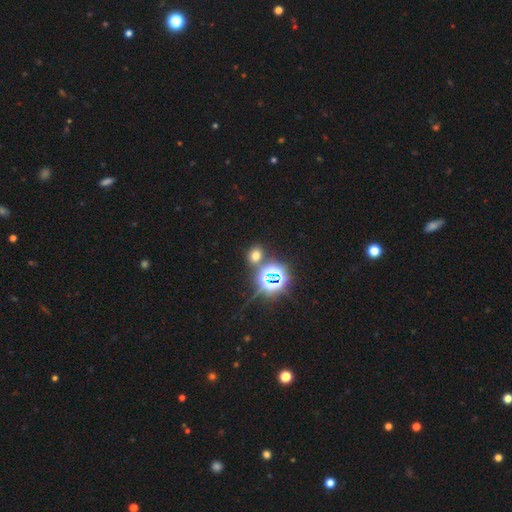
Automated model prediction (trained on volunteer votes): A smooth galaxy with no disk features (54%) that is round (53%).

Vote fractions:
- Smooth or featured? smooth: 54% / star or artifact: 38% / featured or disk: 8%
- How rounded? round: 53% / in between: 45% / cigar-shaped: 2%
- Merging? none: 78% / merger: 9% / minor disturbance: 9% / major disturbance: 4%